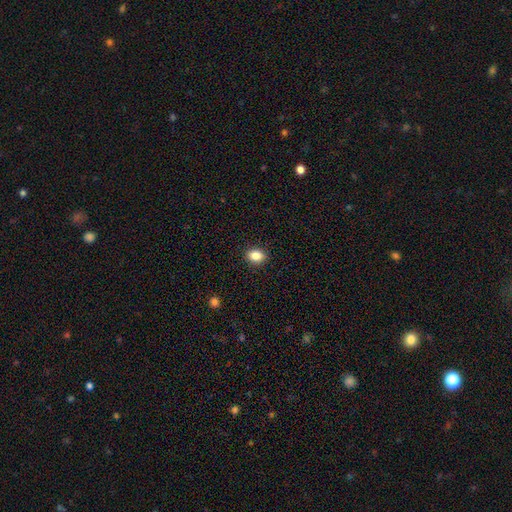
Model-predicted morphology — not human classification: Smooth or featured: smooth — 85% (star or artifact — 10%)
How rounded: in between — 66% (round — 33%)
Merging: none — 90% (minor disturbance — 7%)